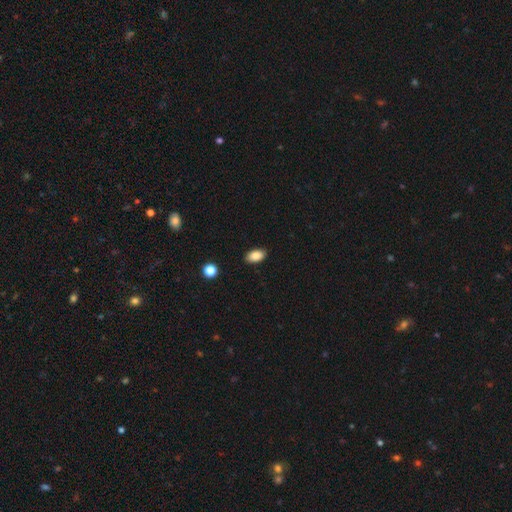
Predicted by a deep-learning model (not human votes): The model was most divided on "smooth or featured": smooth: 87%, star or artifact: 9%, featured or disk: 5%. More confident: how rounded — in between (92%); merging — none (88%).